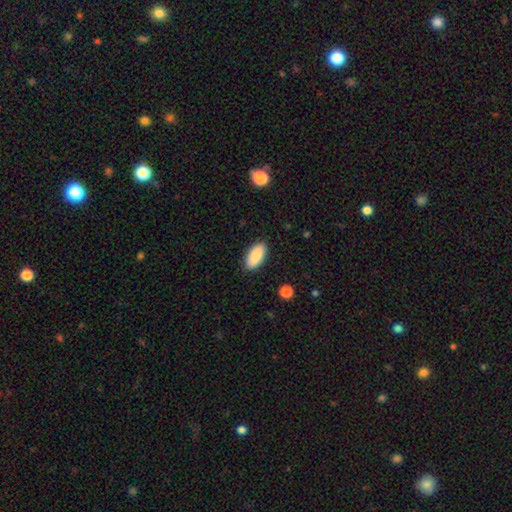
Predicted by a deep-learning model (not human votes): The model was most divided on "merging": none: 88%, minor disturbance: 9%, major disturbance: 2%, merger: 1%. More confident: how rounded — in between (92%); smooth or featured — smooth (89%).